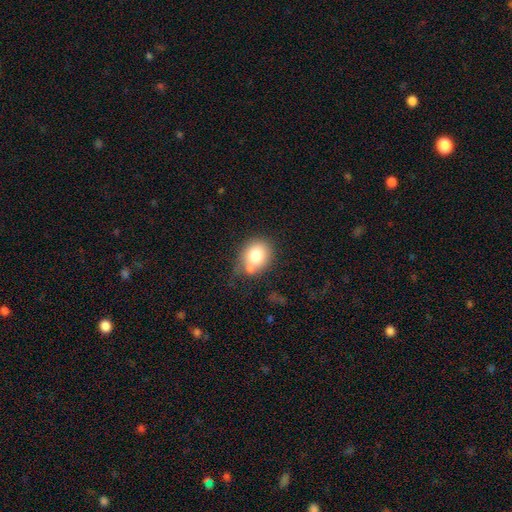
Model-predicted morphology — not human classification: This is likely a smooth galaxy (77%). How rounded: likely round (63%). Merging: possibly none (52%).